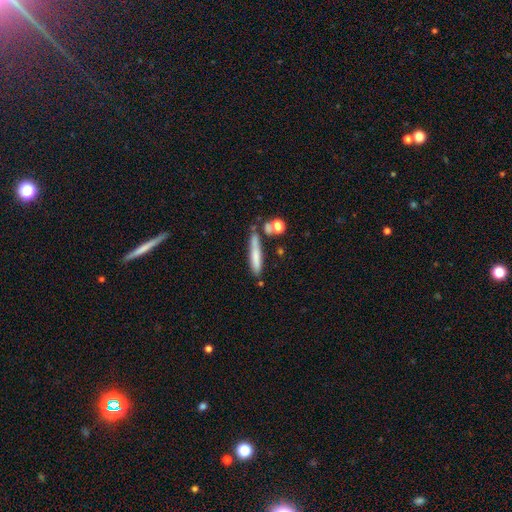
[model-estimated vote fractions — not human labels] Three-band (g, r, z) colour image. It shows a smooth galaxy with no disk features (69%) that is cigar-shaped (86%). Merging: none (60%).